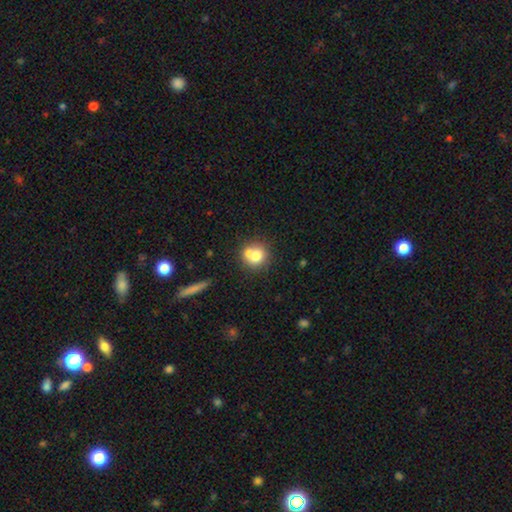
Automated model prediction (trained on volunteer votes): Smooth or featured: smooth — 72% (featured or disk — 18%)
How rounded: round — 85% (in between — 13%)
Merging: none — 49% (merger — 36%)